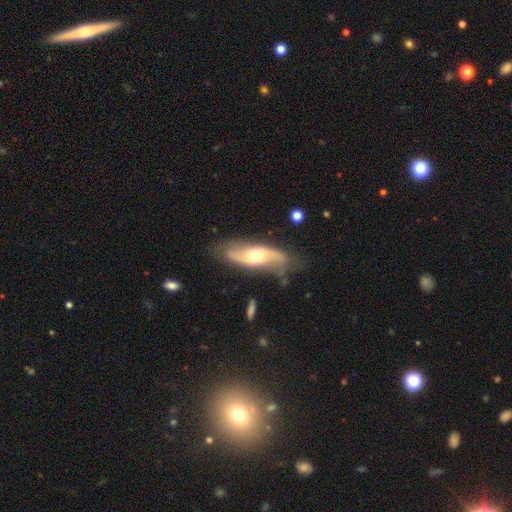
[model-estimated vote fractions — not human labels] This appears to be a featured or disk galaxy (67%) with no bar (61%), spiral arms (86%) and a moderate central bulge (67%). Merging: none (69%).